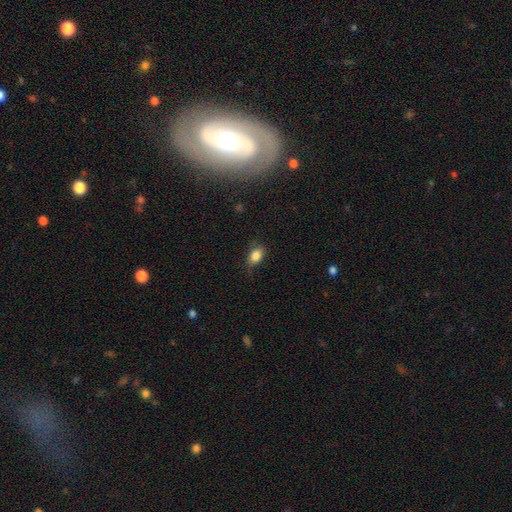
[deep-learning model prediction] A smooth galaxy with no disk features (84%) that is in between round and cigar-shaped (80%).

Vote fractions:
- Smooth or featured? smooth: 84% / star or artifact: 9% / featured or disk: 7%
- How rounded? in between: 80% / round: 18% / cigar-shaped: 2%
- Merging? none: 70% / minor disturbance: 23% / major disturbance: 6% / merger: 1%